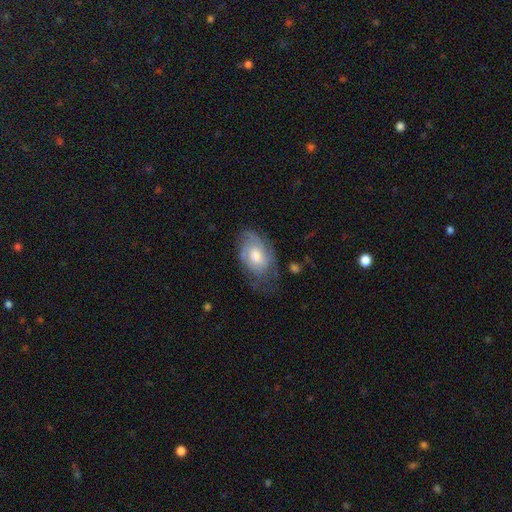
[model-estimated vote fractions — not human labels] Overall: featured or disk (57%; smooth 36%). Edge-on disk: no (94%). Bar: no (75%). Spiral arms: yes (76%). Bulge size: moderate (64%). Merging: none (53%; minor disturbance 30%).